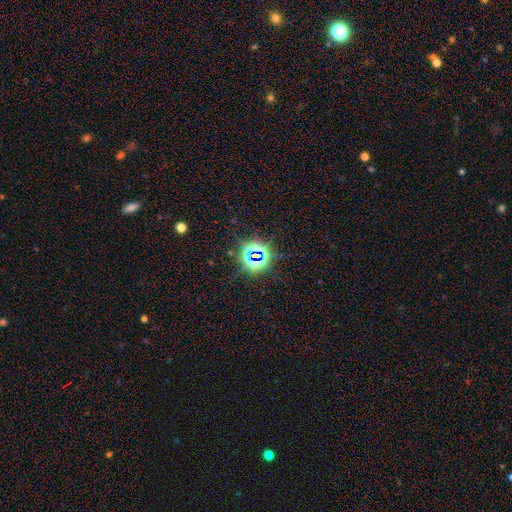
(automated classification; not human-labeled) smooth-or-featured: star or artifact: 78% | smooth: 14% | featured or disk: 9%